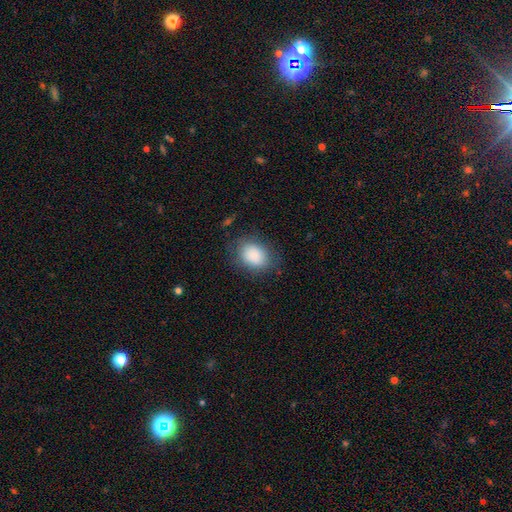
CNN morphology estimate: Smooth or featured: smooth — 87% (star or artifact — 7%)
How rounded: in between — 65% (round — 34%)
Merging: none — 77% (minor disturbance — 15%)